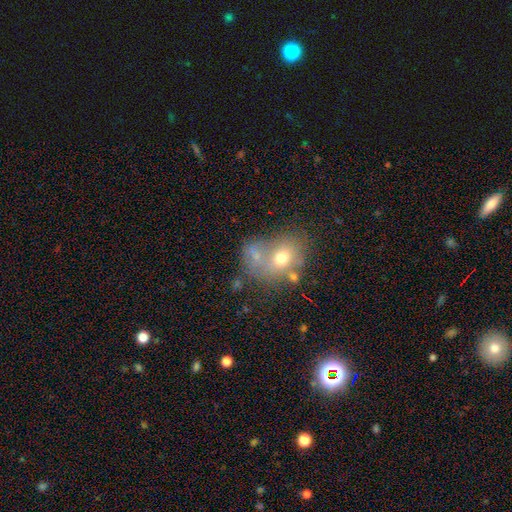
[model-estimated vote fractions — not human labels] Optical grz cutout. It shows a smooth galaxy with no disk features (60%) that is in between round and cigar-shaped (51%). Merging: merger (42%).